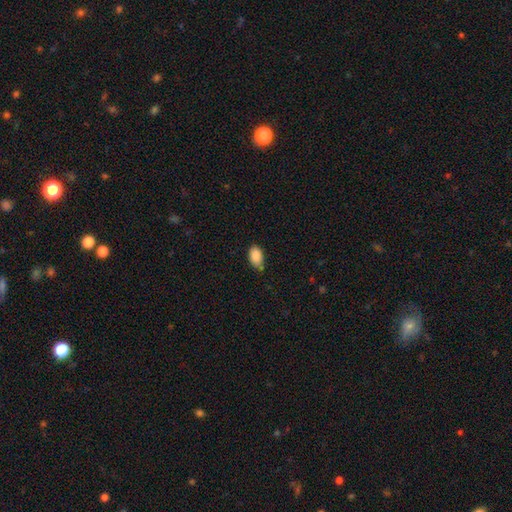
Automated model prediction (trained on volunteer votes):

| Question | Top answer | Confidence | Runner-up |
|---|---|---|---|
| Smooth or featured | smooth | 88% | star or artifact (7%) |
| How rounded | in between | 91% | round (7%) |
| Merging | none | 64% | minor disturbance (30%) |